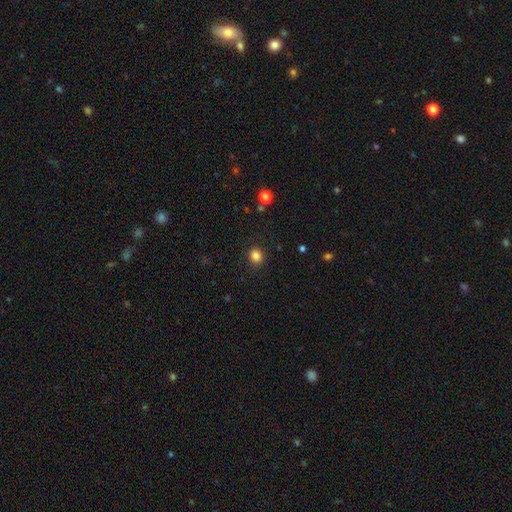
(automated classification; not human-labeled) This appears to be a smooth galaxy with no disk features (84%) that is round (80%). Merging: none (88%).